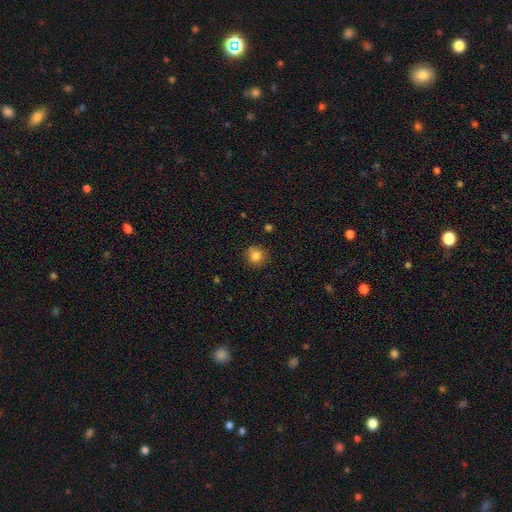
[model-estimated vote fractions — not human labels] A smooth galaxy with no disk features (84%) that is round (91%). Merging: none (86%).